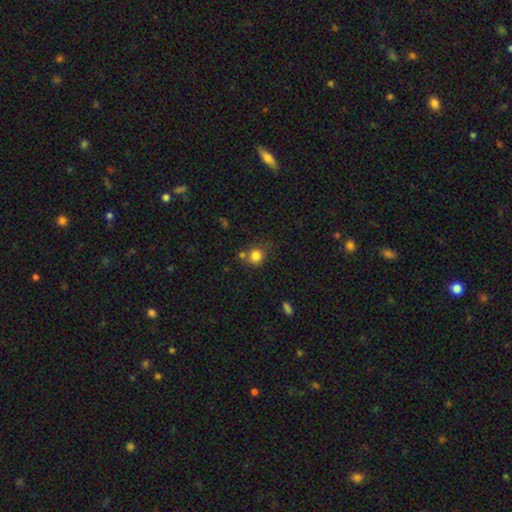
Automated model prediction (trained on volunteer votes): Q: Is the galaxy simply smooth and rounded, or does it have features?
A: smooth — 82%.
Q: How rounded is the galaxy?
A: round — 83%.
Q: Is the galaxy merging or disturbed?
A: none — 62%.